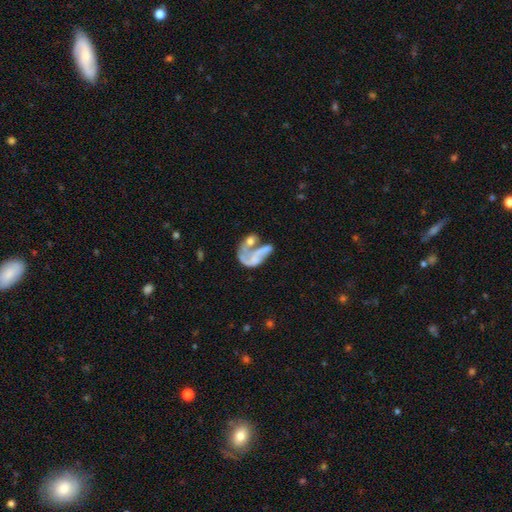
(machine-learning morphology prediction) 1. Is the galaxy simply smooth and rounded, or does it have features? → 63% featured or disk, 27% smooth, 11% star or artifact.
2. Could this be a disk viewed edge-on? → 97% no, 3% yes.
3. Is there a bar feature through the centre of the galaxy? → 78% no, 16% weak, 6% strong.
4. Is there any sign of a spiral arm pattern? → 52% no, 48% yes.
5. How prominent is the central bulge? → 57% none, 24% small, 14% moderate, 3% large, 2% dominant.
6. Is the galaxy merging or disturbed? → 41% merger, 32% major disturbance, 16% none, 10% minor disturbance.